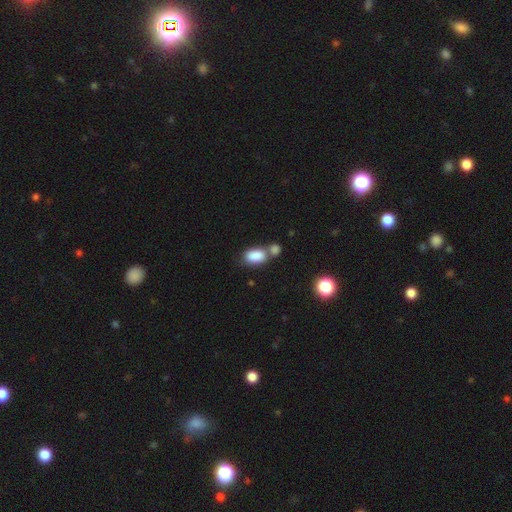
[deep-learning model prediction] A smooth galaxy with no disk features (86%) that is in between round and cigar-shaped (91%). Merging: merger (46%).